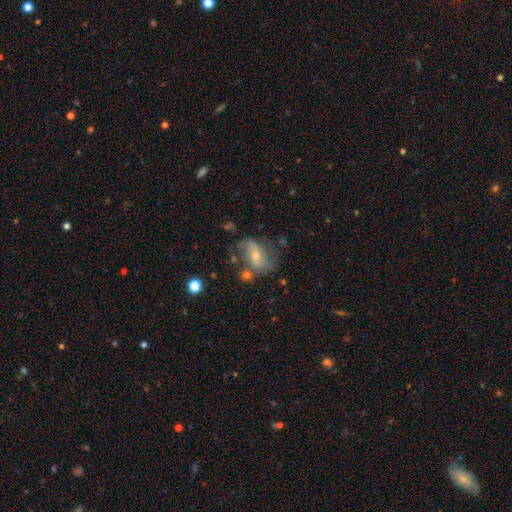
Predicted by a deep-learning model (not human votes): Q: Smooth or featured?
A: featured or disk (69%); runner-up: smooth (20%)
Q: Edge-on disk?
A: no (94%); runner-up: yes (6%)
Q: Bar?
A: weak (38%); runner-up: no (37%)
Q: Spiral arms?
A: yes (82%); runner-up: no (18%)
Q: Spiral winding?
A: loose (47%); runner-up: medium (36%)
Q: Spiral arm count?
A: 2 (76%); runner-up: can't tell (14%)
Q: Bulge size?
A: moderate (49%); runner-up: small (47%)
Q: Merging?
A: none (56%); runner-up: minor disturbance (21%)